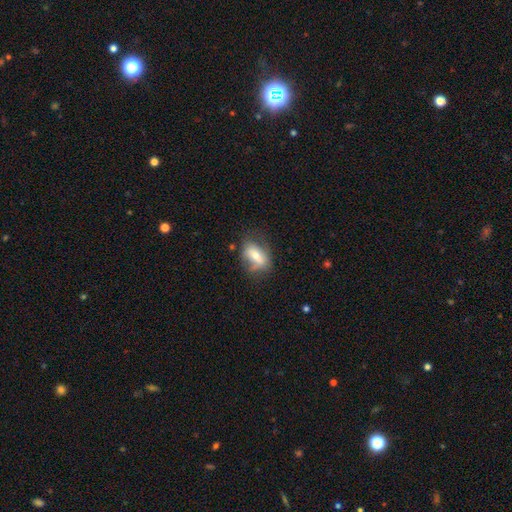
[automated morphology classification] This appears to be a smooth galaxy with no disk features (57%) that is in between round and cigar-shaped (80%). Merging: none (55%).